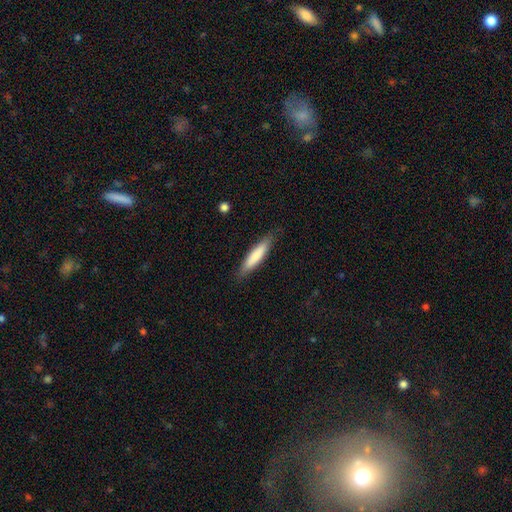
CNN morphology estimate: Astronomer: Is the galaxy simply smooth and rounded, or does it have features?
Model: smooth — 77%.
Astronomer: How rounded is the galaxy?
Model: cigar-shaped — 83%.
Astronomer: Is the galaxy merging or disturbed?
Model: none — 85%.